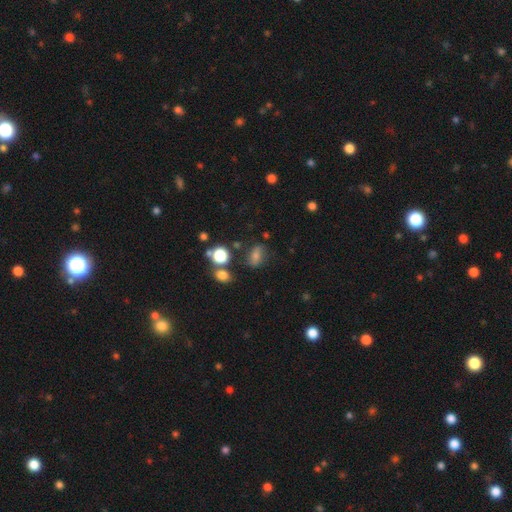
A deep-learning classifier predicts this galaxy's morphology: Q: Smooth or featured?
A: smooth (62%); runner-up: featured or disk (20%)
Q: How rounded?
A: in between (67%); runner-up: round (29%)
Q: Merging?
A: none (69%); runner-up: minor disturbance (18%)